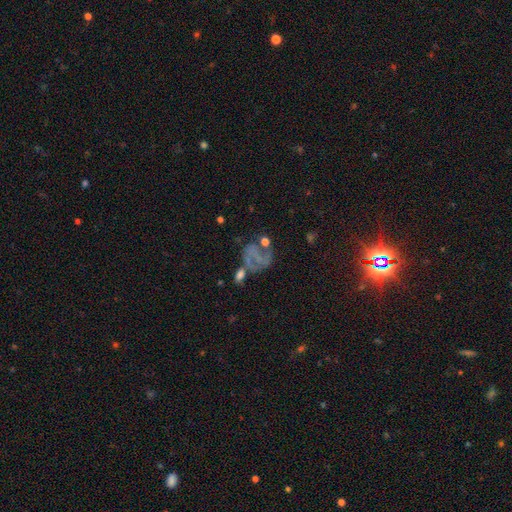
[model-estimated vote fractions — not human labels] Smooth or featured?
  - featured or disk: 51% *
  - smooth: 28%
  - star or artifact: 21%
Edge-on disk?
  - no: 97% *
  - yes: 3%
Merging?
  - none: 31% * (tied)
  - major disturbance: 31% * (tied)
  - merger: 20%
  - minor disturbance: 17%